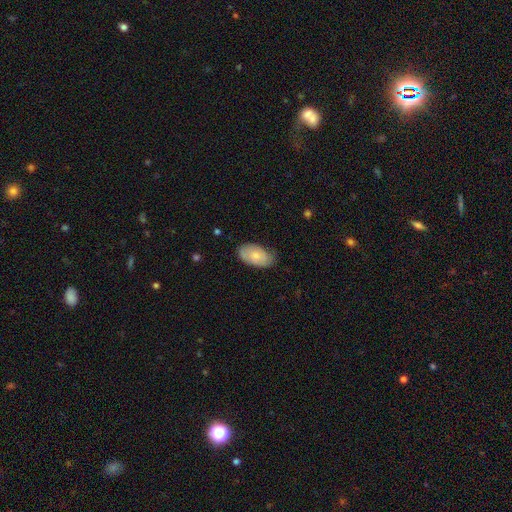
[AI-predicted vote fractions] Smooth or featured: smooth — 72% (featured or disk — 22%)
How rounded: in between — 94% (round — 4%)
Merging: none — 68% (minor disturbance — 26%)